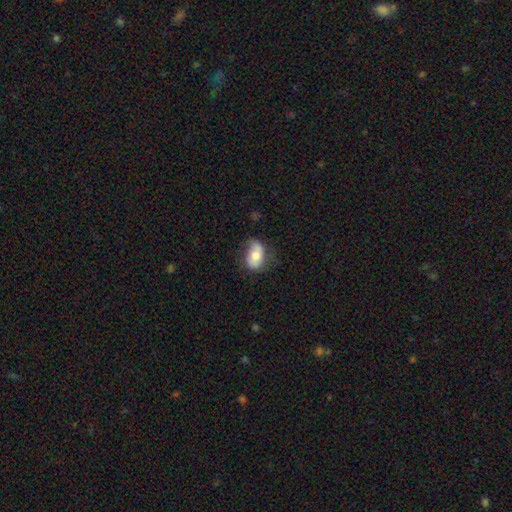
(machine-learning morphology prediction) A smooth galaxy with no disk features (63%) that is in between round and cigar-shaped (84%).

Vote fractions:
- Smooth or featured? smooth: 63% / featured or disk: 30% / star or artifact: 7%
- How rounded? in between: 84% / round: 14% / cigar-shaped: 2%
- Merging? none: 52% / minor disturbance: 32% / major disturbance: 14% / merger: 2%